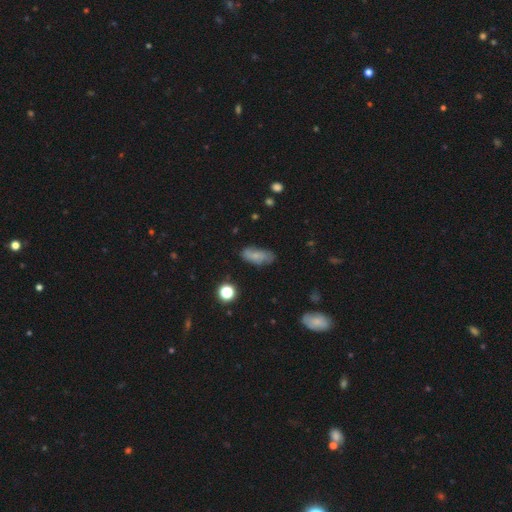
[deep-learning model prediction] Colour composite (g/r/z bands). It shows a smooth galaxy with no disk features (60%) that is in between round and cigar-shaped (82%). Merging: none (65%).